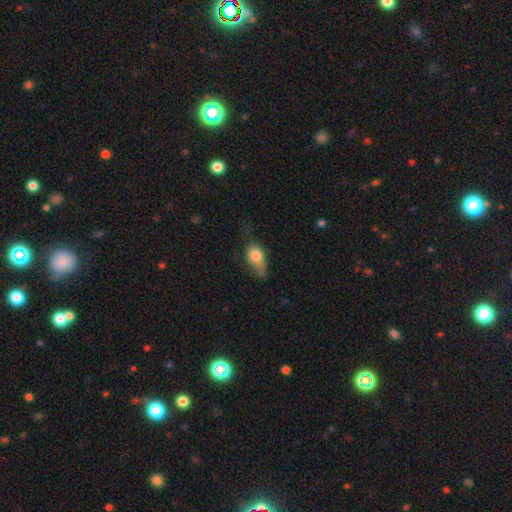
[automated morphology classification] This is likely a smooth galaxy (75%). How rounded: likely in between (77%). Merging: marginally minor disturbance (37%).